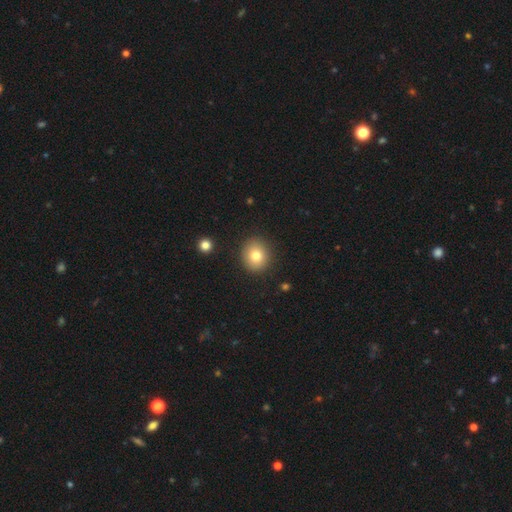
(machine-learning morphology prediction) smooth 78%, featured or disk 11%, star or artifact 11%. Down the decision tree: how rounded — round (81%); merging — none (89%).